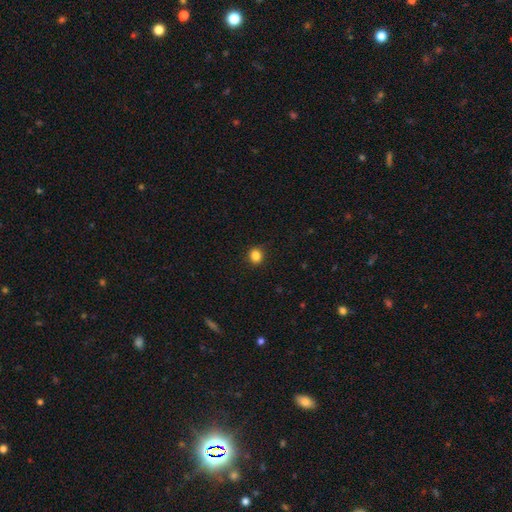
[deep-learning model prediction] Smooth or featured? Predicted: smooth (p=0.84). How rounded? Predicted: round (p=0.87). Merging? Predicted: none (p=0.90).